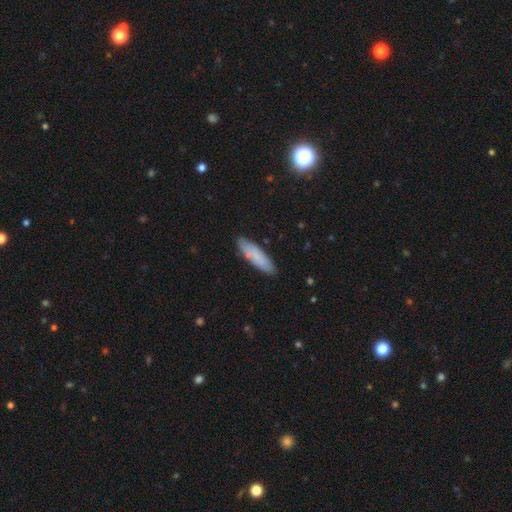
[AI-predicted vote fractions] smooth_or_featured: smooth (p=0.77) [alt: featured or disk p=0.16]
how_rounded: cigar-shaped (p=0.62) [alt: in between p=0.37]
merging: none (p=0.85) [alt: minor disturbance p=0.11]